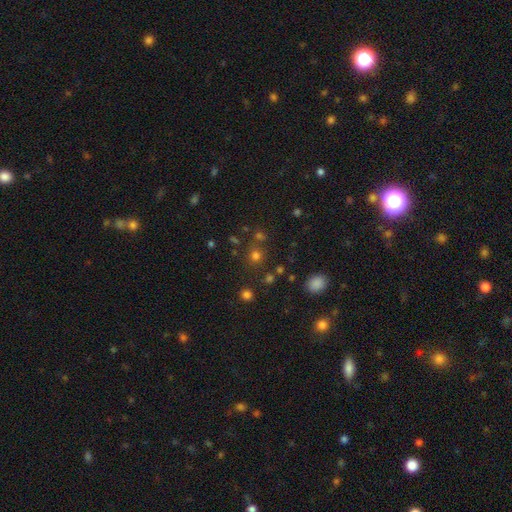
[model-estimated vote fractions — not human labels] A smooth galaxy with no disk features (70%) that is round (85%).

Vote fractions:
- Smooth or featured? smooth: 70% / star or artifact: 24% / featured or disk: 7%
- How rounded? round: 85% / in between: 14% / cigar-shaped: 1%
- Merging? none: 74% / merger: 12% / minor disturbance: 10% / major disturbance: 5%